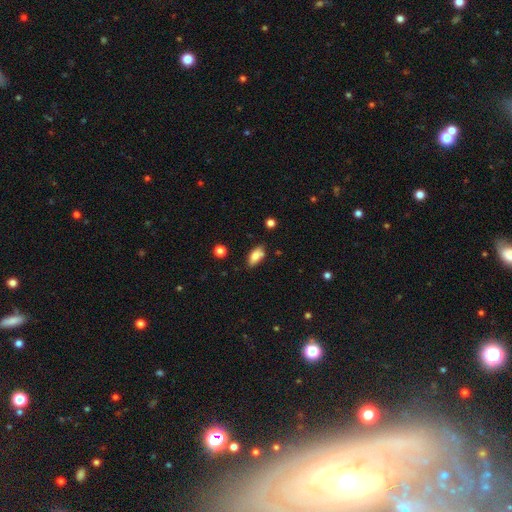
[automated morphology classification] Smooth or featured?
  - smooth: 79% *
  - featured or disk: 13%
  - star or artifact: 8%
How rounded?
  - in between: 88% *
  - cigar-shaped: 7%
  - round: 4%
Merging?
  - none: 71% *
  - minor disturbance: 19%
  - merger: 7%
  - major disturbance: 4%